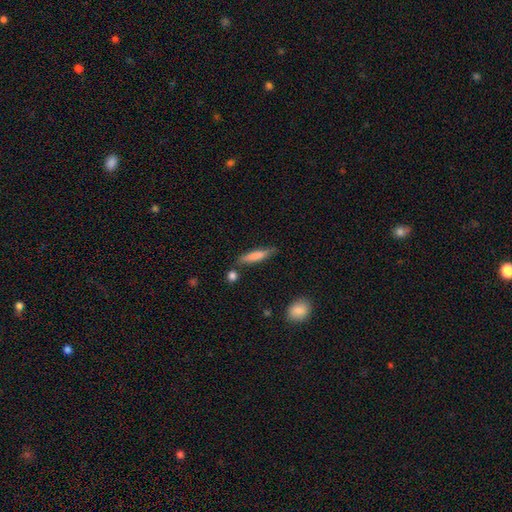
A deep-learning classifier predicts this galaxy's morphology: A smooth galaxy with no disk features (74%) that is cigar-shaped (80%).

Vote fractions:
- Smooth or featured? smooth: 74% / featured or disk: 19% / star or artifact: 6%
- How rounded? cigar-shaped: 80% / in between: 18% / round: 2%
- Merging? none: 74% / minor disturbance: 17% / merger: 6% / major disturbance: 4%